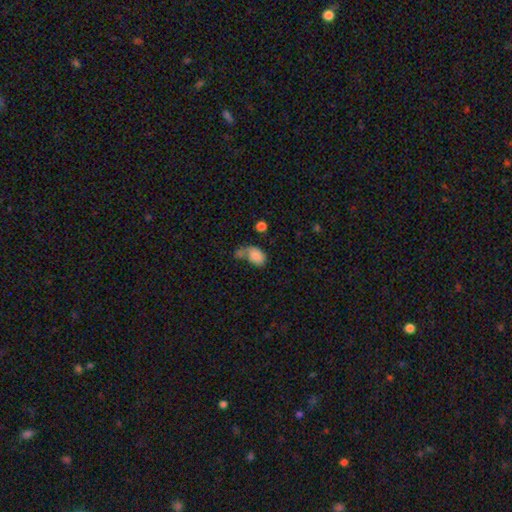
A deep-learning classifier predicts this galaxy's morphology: The model was most divided on "merging": merger: 36%, none: 30%, minor disturbance: 20%, major disturbance: 14%. More confident: how rounded — in between (83%); smooth or featured — smooth (80%).